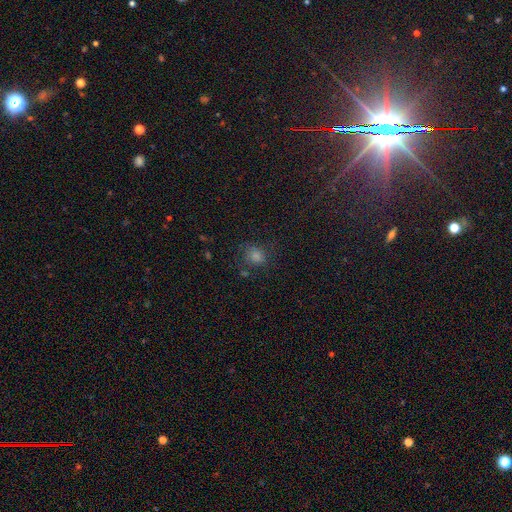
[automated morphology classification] Overall: smooth (54%; star or artifact 34%). How rounded: round (75%). Merging: none (71%).